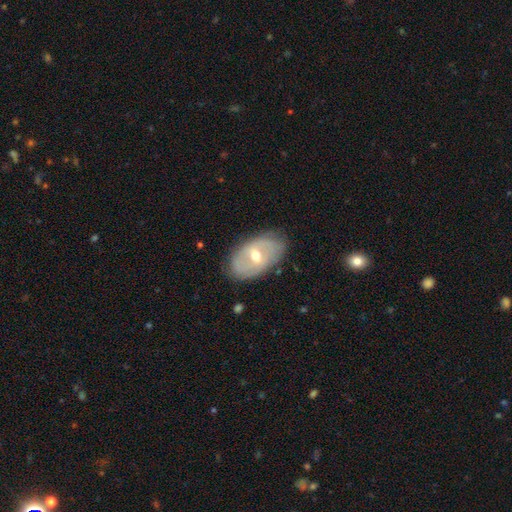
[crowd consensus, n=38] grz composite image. It shows a featured or disk galaxy (47%) with no bar (57%), tight (57%) spiral arms (50%, tied with no) and a moderate central bulge (79%). Merging: none (77%).